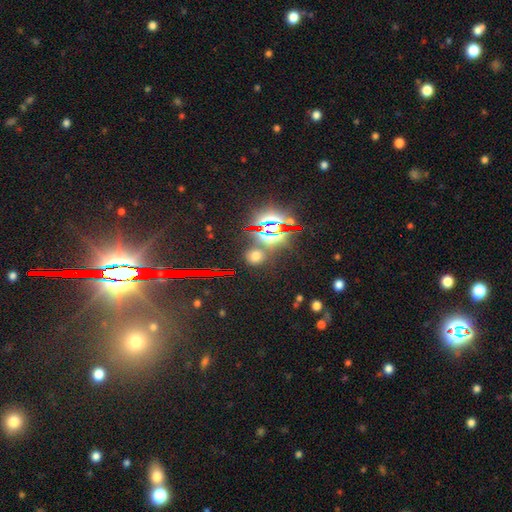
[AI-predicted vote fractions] smooth-or-featured: smooth: 47% | star or artifact: 46% | featured or disk: 7%
  merging: none: 82% | minor disturbance: 8% | merger: 7% | major disturbance: 4%